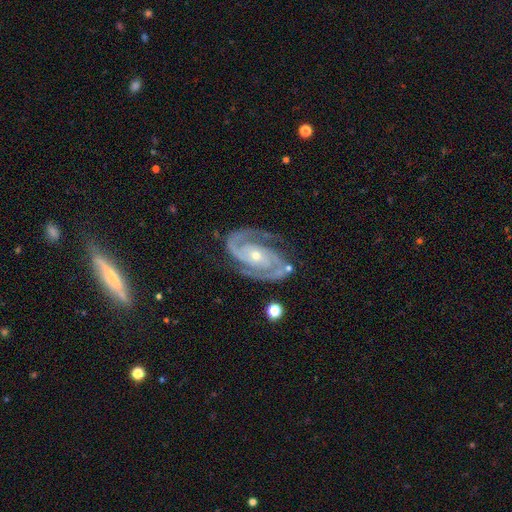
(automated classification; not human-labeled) Smooth or featured?
  - featured or disk: 93% *
  - star or artifact: 4%
  - smooth: 3%
Edge-on disk?
  - no: 97% *
  - yes: 3%
Bar?
  - no: 59% *
  - weak: 25%
  - strong: 15%
Spiral arms?
  - yes: 99% *
  - no: 1%
Spiral winding?
  - tight: 55% *
  - medium: 40%
  - loose: 6%
Spiral arm count?
  - 2: 90% *
  - 3: 4%
  - can't tell: 2%
  - 1: 1%
  - 4: 1%
  - more than 4: 1%
Bulge size?
  - small: 60% *
  - moderate: 37%
  - large: 1%
  - none: 1%
  - dominant: 1%
Merging?
  - none: 77% *
  - minor disturbance: 15%
  - major disturbance: 5%
  - merger: 2%